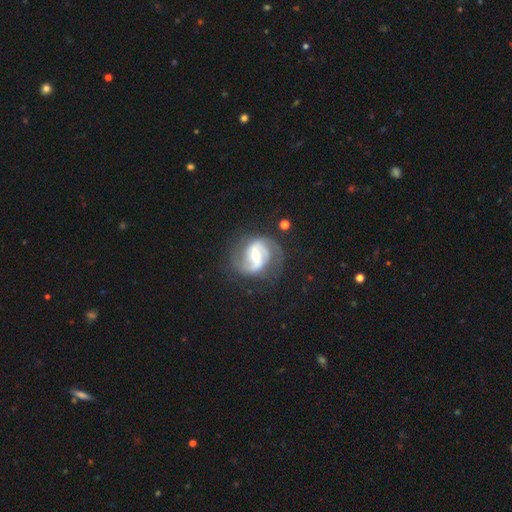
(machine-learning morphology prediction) Smooth or featured: featured or disk — 89% (smooth — 6%)
Edge-on disk: no — 98% (yes — 2%)
Bar: strong — 46% (weak — 38%)
Spiral arms: yes — 96% (no — 4%)
Spiral winding: medium — 52% (loose — 25%)
Spiral arm count: 2 — 90% (can't tell — 3%)
Bulge size: moderate — 57% (small — 35%)
Merging: none — 74% (minor disturbance — 15%)